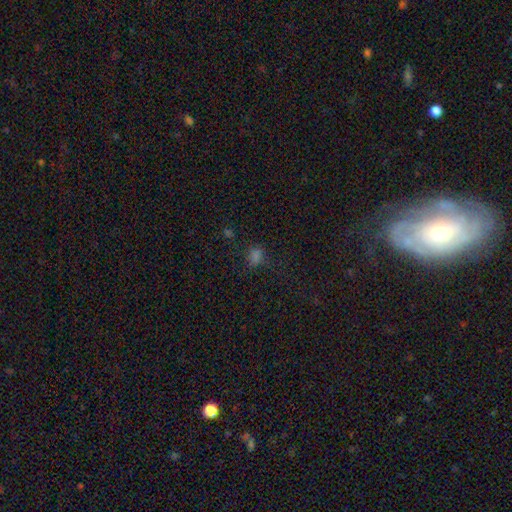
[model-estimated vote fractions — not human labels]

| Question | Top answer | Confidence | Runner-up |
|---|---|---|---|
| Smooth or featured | smooth | 63% | star or artifact (31%) |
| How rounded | in between | 63% | round (35%) |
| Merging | none | 67% | minor disturbance (19%) |